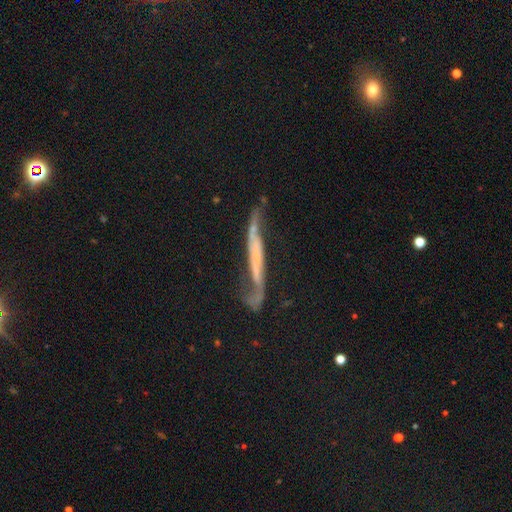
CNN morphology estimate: Smooth or featured?
  - featured or disk: 74% *
  - smooth: 17%
  - star or artifact: 8%
Edge-on disk?
  - yes: 60% *
  - no: 40%
Merging?
  - none: 53% *
  - minor disturbance: 25%
  - major disturbance: 17%
  - merger: 5%